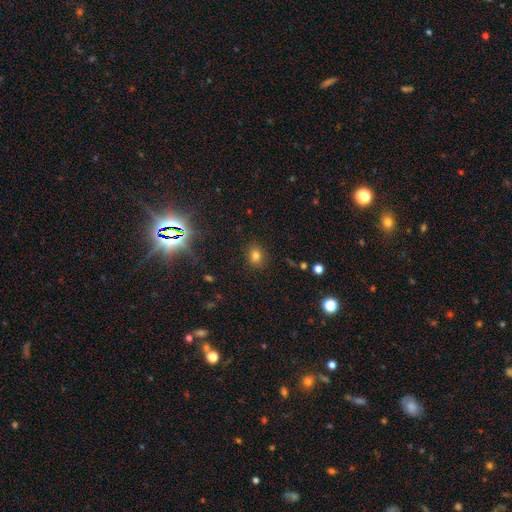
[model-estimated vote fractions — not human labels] smooth 76%, star or artifact 16%, featured or disk 8%. Down the decision tree: how rounded — round (55%); merging — none (86%).